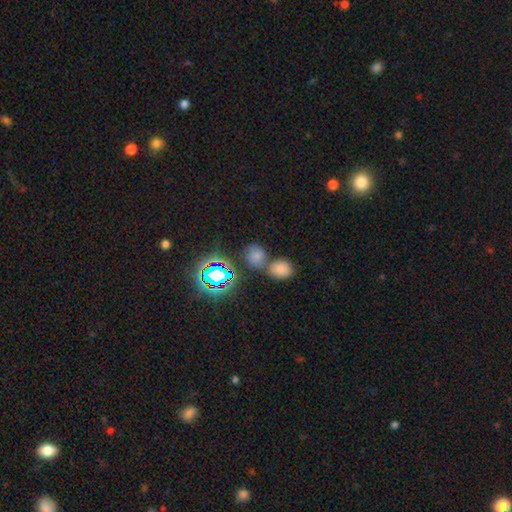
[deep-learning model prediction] Smooth or featured? Predicted: smooth (p=0.66). How rounded? Predicted: round (p=0.55). Merging? Predicted: none (p=0.46).